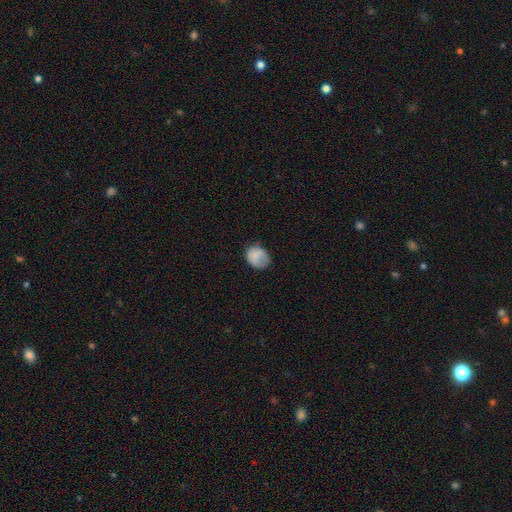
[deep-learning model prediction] A smooth galaxy with no disk features (80%) that is round (51%). Merging: none (54%).